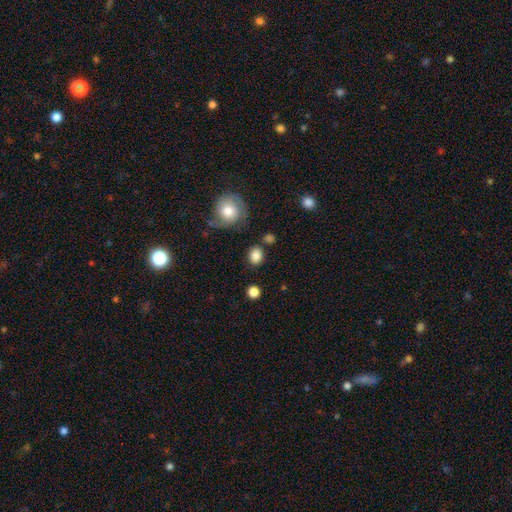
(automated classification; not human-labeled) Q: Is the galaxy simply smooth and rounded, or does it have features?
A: smooth — 85%.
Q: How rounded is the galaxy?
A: round — 56%.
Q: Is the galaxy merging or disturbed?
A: none — 80%.